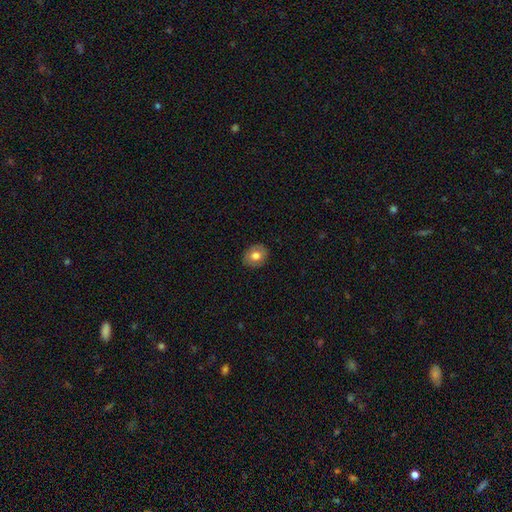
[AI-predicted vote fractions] Q: Smooth or featured?
A: smooth (74%); runner-up: featured or disk (18%)
Q: How rounded?
A: round (65%); runner-up: in between (34%)
Q: Merging?
A: none (88%); runner-up: minor disturbance (9%)